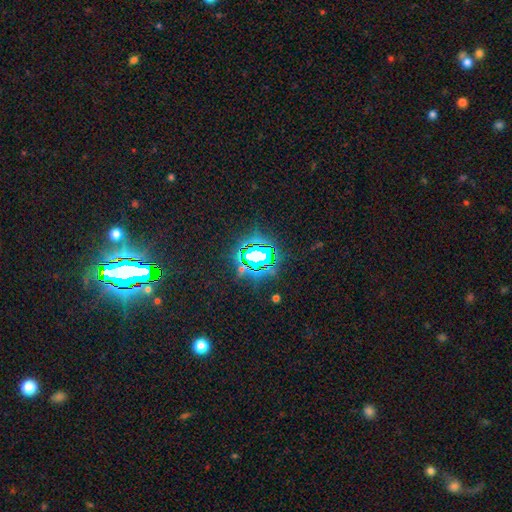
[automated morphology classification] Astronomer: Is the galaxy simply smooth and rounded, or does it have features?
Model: star or artifact — 76%.